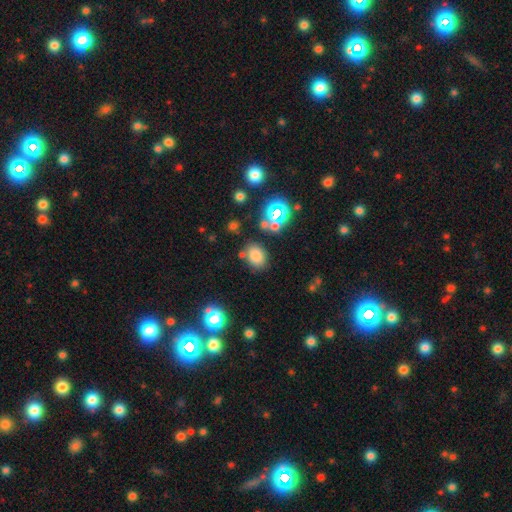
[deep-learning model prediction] Morphology: type=smooth (76%); roundness=in between (64%); merging=none (75%).